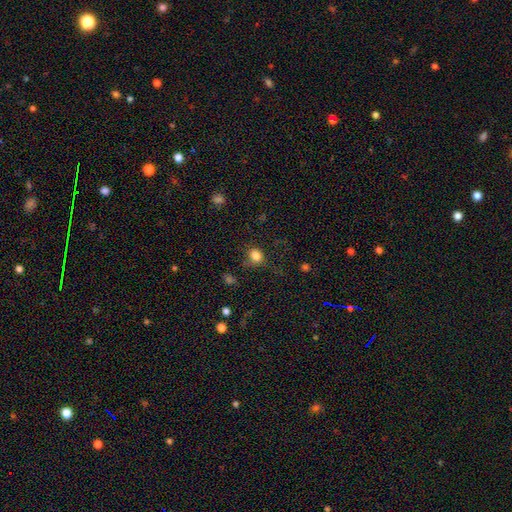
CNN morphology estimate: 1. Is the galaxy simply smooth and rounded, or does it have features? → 82% smooth, 12% star or artifact, 6% featured or disk.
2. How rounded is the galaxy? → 68% round, 31% in between, 1% cigar-shaped.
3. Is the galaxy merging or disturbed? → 69% none, 19% minor disturbance, 10% major disturbance, 2% merger.